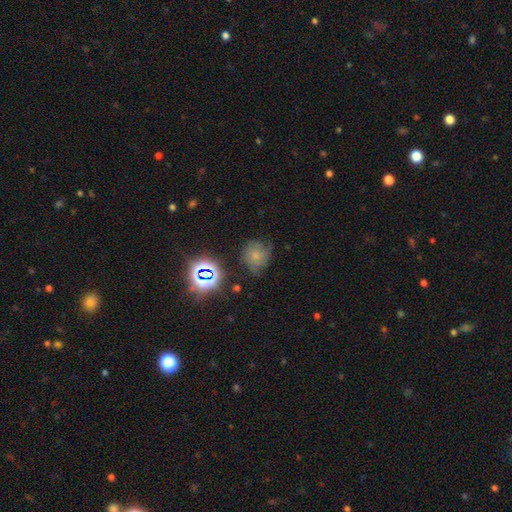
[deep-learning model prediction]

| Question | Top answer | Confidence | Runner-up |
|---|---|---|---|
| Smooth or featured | smooth | 56% | star or artifact (24%) |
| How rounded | round | 78% | in between (21%) |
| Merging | none | 55% | minor disturbance (29%) |